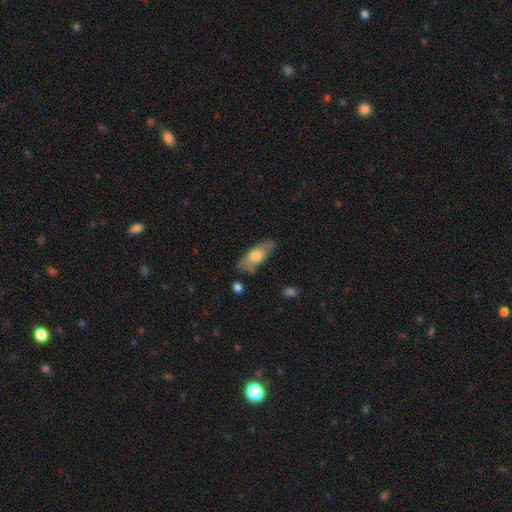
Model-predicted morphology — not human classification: smooth-or-featured: smooth: 61% | featured or disk: 33% | star or artifact: 6%
  how-rounded: in between: 77% | cigar-shaped: 20% | round: 3%
  merging: none: 73% | minor disturbance: 20% | major disturbance: 5% | merger: 3%